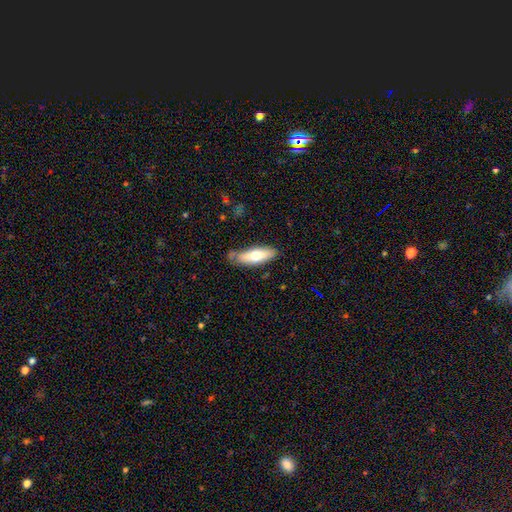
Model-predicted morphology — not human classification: Smooth or featured: smooth — 67% (featured or disk — 27%)
How rounded: in between — 55% (cigar-shaped — 43%)
Merging: none — 71% (minor disturbance — 20%)